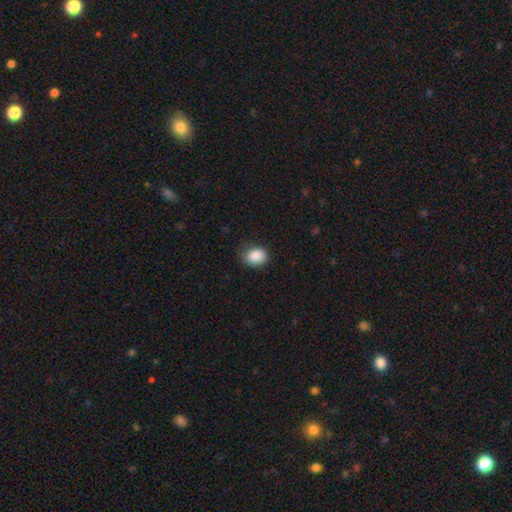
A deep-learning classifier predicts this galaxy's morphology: A smooth galaxy with no disk features (87%) that is in between round and cigar-shaped (59%).

Vote fractions:
- Smooth or featured? smooth: 87% / star or artifact: 8% / featured or disk: 5%
- How rounded? in between: 59% / round: 40% / cigar-shaped: 1%
- Merging? none: 73% / minor disturbance: 21% / major disturbance: 5% / merger: 1%